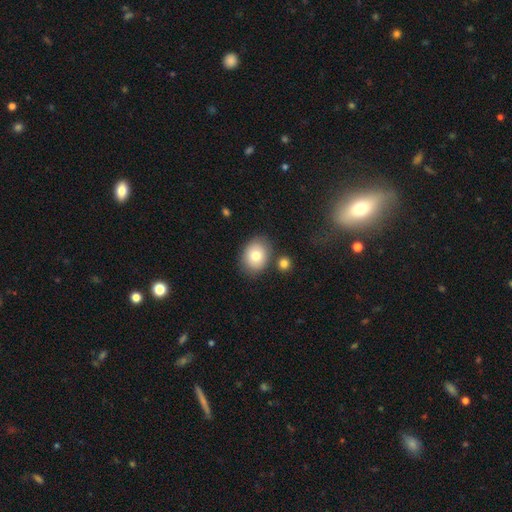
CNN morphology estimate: This appears to be a smooth galaxy with no disk features (76%) that is in between round and cigar-shaped (55%). Merging: none (77%).